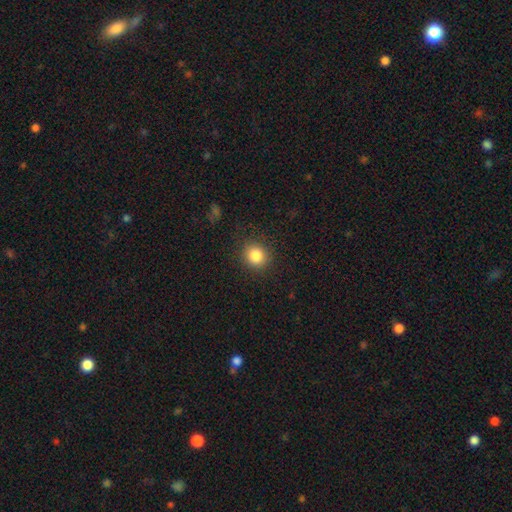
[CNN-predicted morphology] Overall: smooth (85%). How rounded: round (87%). Merging: none (88%).